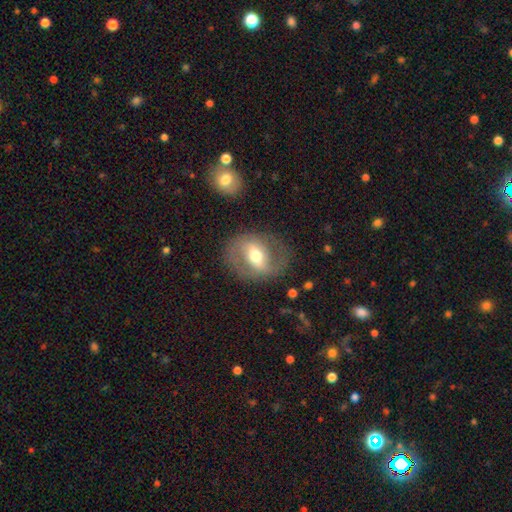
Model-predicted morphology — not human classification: This is likely a featured or disk galaxy (65%). It is clearly not viewed edge-on (93%). Bar: marginally strong (44%). Spiral arm pattern: possibly yes (58%). Central bulge: likely moderate (71%). Merging: likely none (77%).